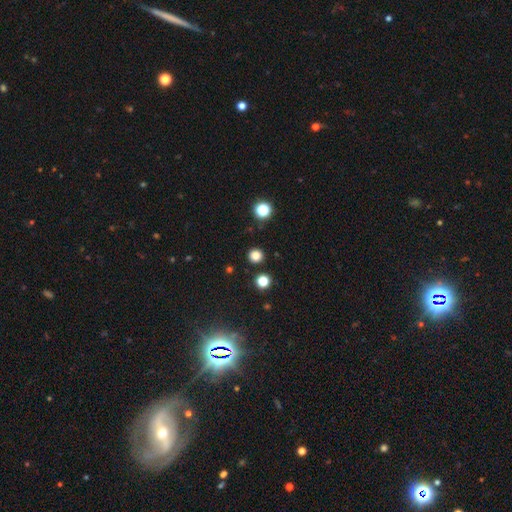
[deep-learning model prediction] Smooth or featured? Predicted: smooth (p=0.81). How rounded? Predicted: round (p=0.93). Merging? Predicted: none (p=0.91).